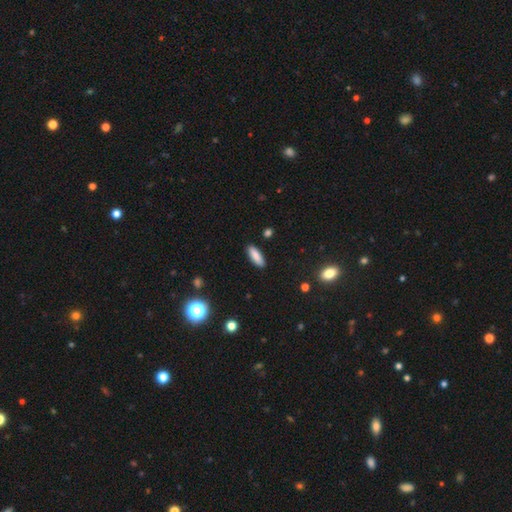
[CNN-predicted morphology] The model was most divided on "how rounded": in between: 61%, cigar-shaped: 37%, round: 2%. More confident: merging — none (89%); smooth or featured — smooth (85%).